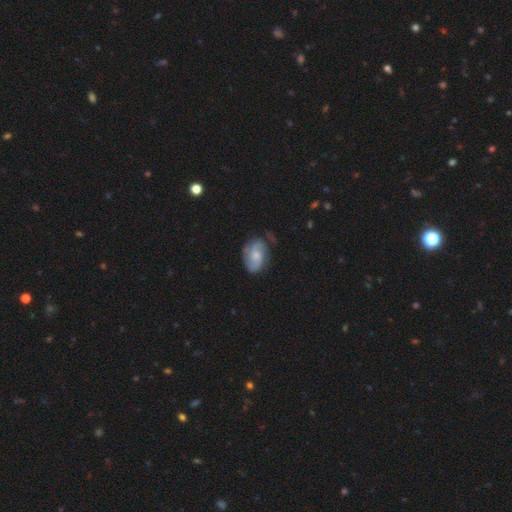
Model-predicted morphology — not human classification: A featured or disk galaxy (63%) with no bar (65%), 2 (72%) medium (45%) spiral arms (91%) and a small central bulge (43%). Merging: none (63%).